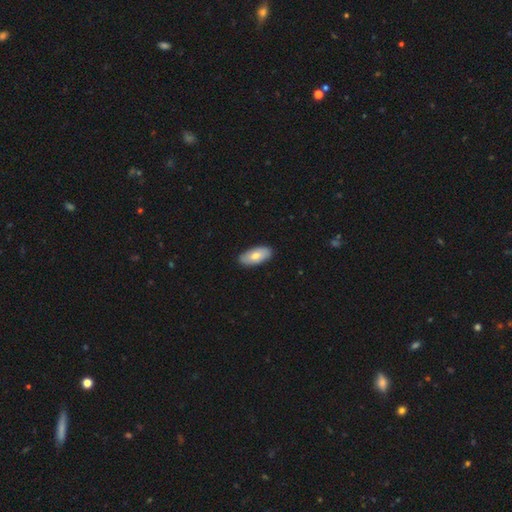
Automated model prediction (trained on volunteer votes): A smooth galaxy with no disk features (71%) that is in between round and cigar-shaped (93%). Merging: none (90%).